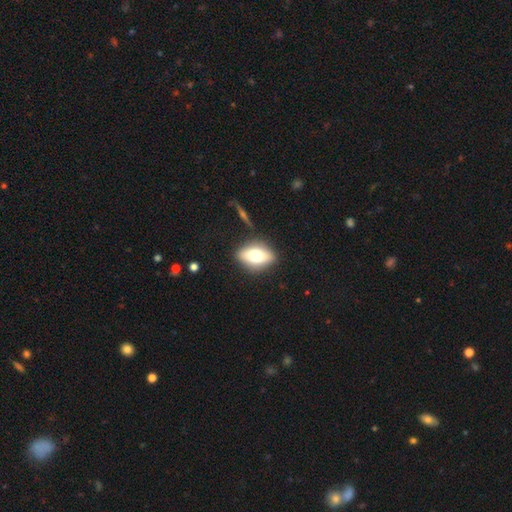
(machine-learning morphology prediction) Smooth or featured?
  - smooth: 60% *
  - featured or disk: 31%
  - star or artifact: 9%
How rounded?
  - in between: 79% *
  - round: 16%
  - cigar-shaped: 6%
Merging?
  - none: 83% *
  - minor disturbance: 11%
  - major disturbance: 3%
  - merger: 3%